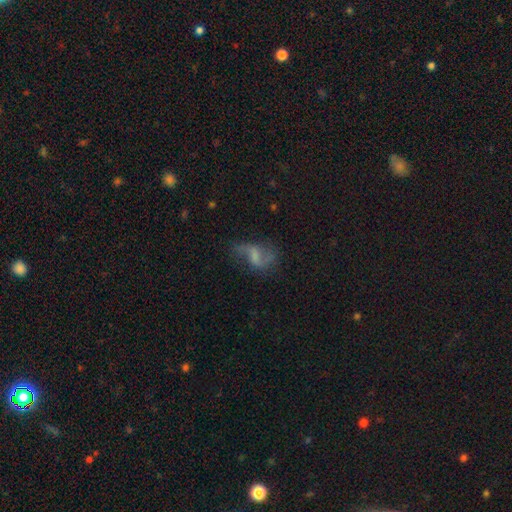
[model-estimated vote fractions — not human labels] smooth_or_featured: featured or disk (p=0.69) [alt: smooth p=0.21]
disk_edge_on: no (p=0.97) [alt: yes p=0.03]
bar: weak (p=0.50) [alt: no p=0.34]
has_spiral_arms: yes (p=0.87) [alt: no p=0.13]
spiral_winding: loose (p=0.77) [alt: medium p=0.19]
spiral_arm_count: 2 (p=0.86) [alt: 1 p=0.06]
bulge_size: none (p=0.40) [alt: small p=0.34]
merging: none (p=0.54) [alt: minor disturbance p=0.22]